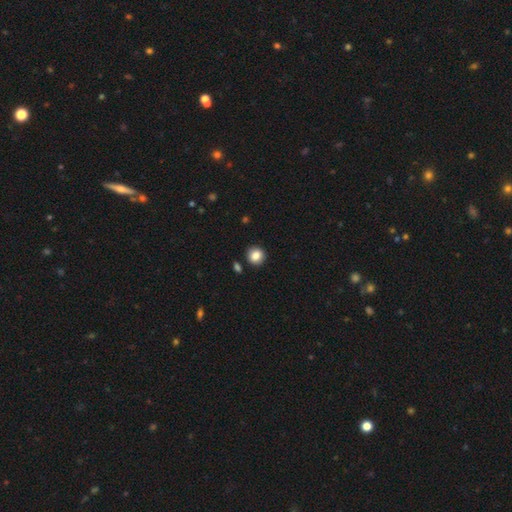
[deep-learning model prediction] smooth 86%, star or artifact 9%, featured or disk 5%. Down the decision tree: how rounded — round (86%); merging — none (88%).